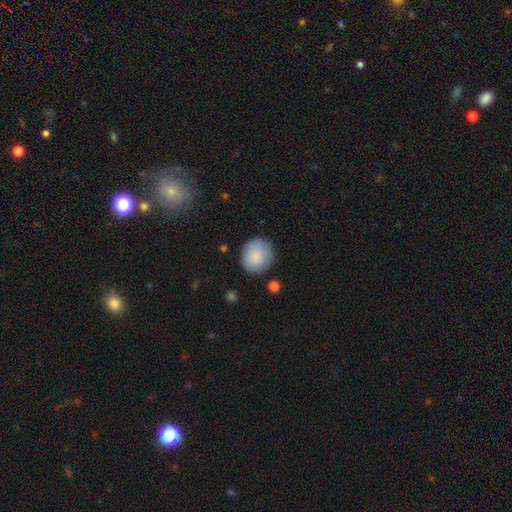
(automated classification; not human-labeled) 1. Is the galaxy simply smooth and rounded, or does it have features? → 87% smooth, 7% star or artifact, 6% featured or disk.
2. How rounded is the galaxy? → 83% round, 16% in between, 1% cigar-shaped.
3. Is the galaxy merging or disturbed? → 80% none, 14% minor disturbance, 4% major disturbance, 3% merger.